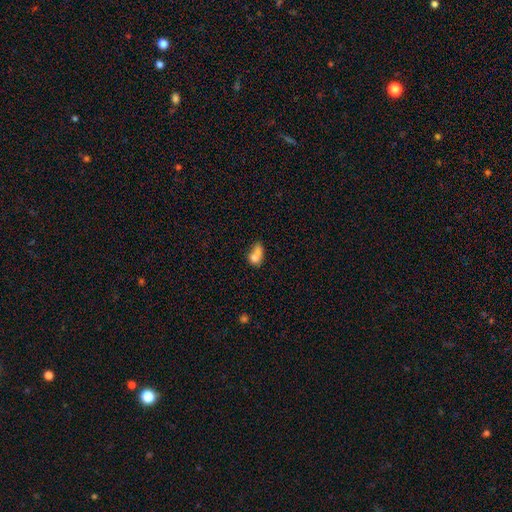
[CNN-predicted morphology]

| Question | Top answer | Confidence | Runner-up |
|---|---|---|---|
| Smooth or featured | smooth | 70% | featured or disk (20%) |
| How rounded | in between | 61% | round (35%) |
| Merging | merger | 59% | none (20%) |